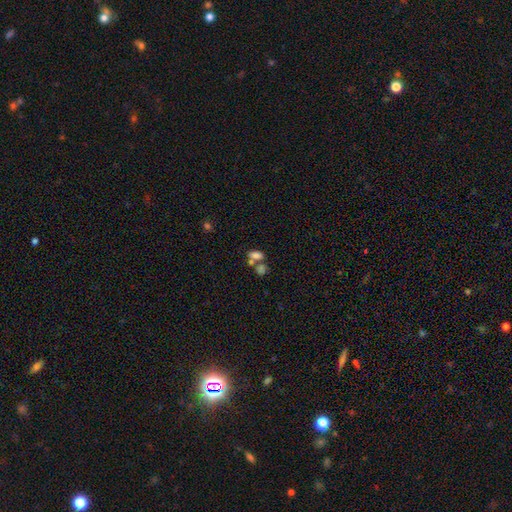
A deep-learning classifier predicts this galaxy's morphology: Smooth or featured: smooth — 75% (star or artifact — 13%)
How rounded: in between — 83% (round — 13%)
Merging: merger — 48% (none — 36%)